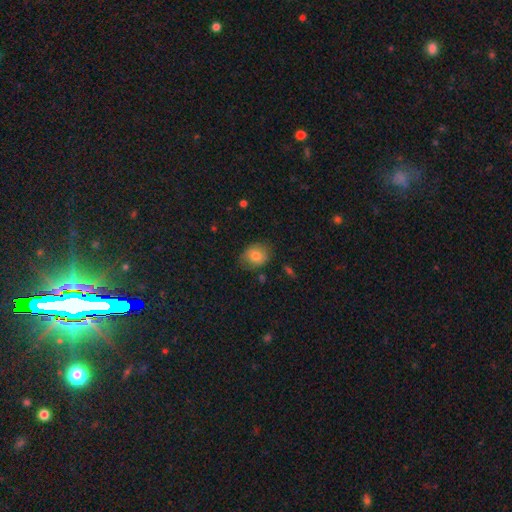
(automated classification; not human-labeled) Smooth or featured: smooth — 77% (featured or disk — 15%)
How rounded: round — 51% (in between — 48%)
Merging: none — 69% (minor disturbance — 24%)